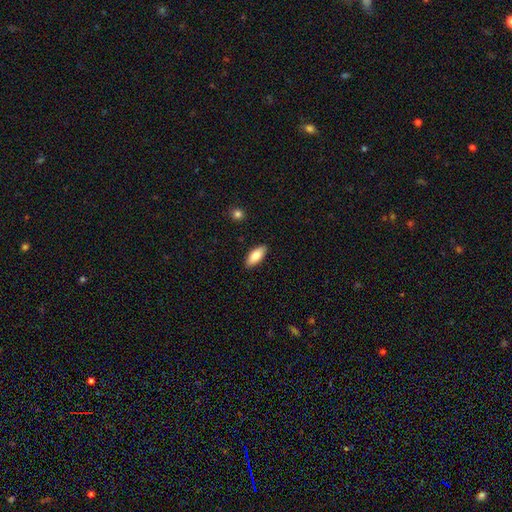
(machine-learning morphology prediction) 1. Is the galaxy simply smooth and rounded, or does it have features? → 84% smooth, 10% featured or disk, 6% star or artifact.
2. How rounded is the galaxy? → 81% in between, 17% cigar-shaped, 2% round.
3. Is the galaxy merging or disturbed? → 89% none, 8% minor disturbance, 2% major disturbance, 1% merger.